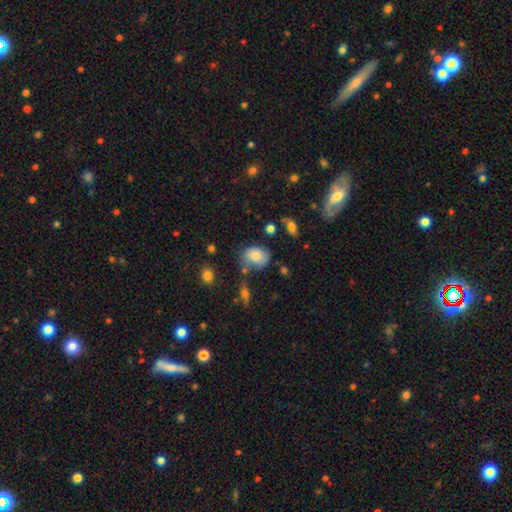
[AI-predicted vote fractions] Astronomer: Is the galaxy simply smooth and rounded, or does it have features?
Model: smooth — 77%.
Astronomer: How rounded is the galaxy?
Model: in between — 72%.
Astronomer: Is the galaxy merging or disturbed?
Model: none — 51% (runner-up: minor disturbance, 29%).